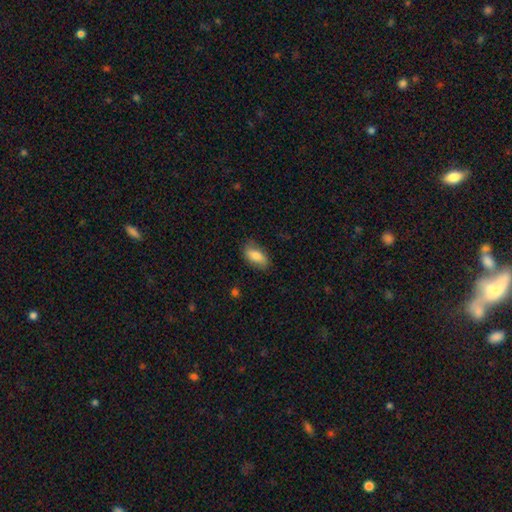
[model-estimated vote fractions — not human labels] A smooth galaxy with no disk features (79%) that is in between round and cigar-shaped (89%). Merging: none (75%).